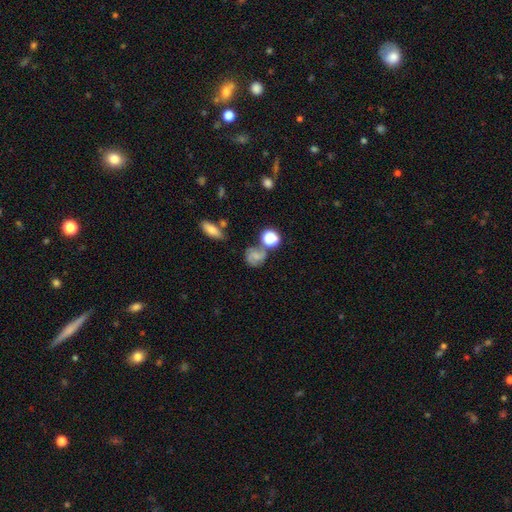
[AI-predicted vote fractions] Morphology: type=smooth (45%); merging=none (53%).